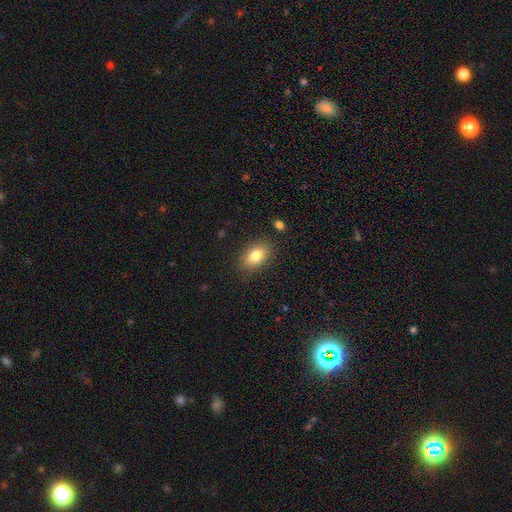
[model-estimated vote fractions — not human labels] Smooth or featured: smooth — 81% (featured or disk — 10%)
How rounded: in between — 86% (round — 12%)
Merging: none — 85% (minor disturbance — 10%)